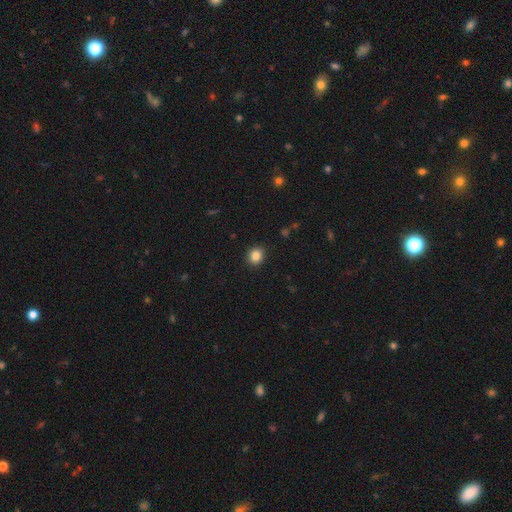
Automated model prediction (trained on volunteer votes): Morphology: type=smooth (85%); roundness=round (76%); merging=none (91%).